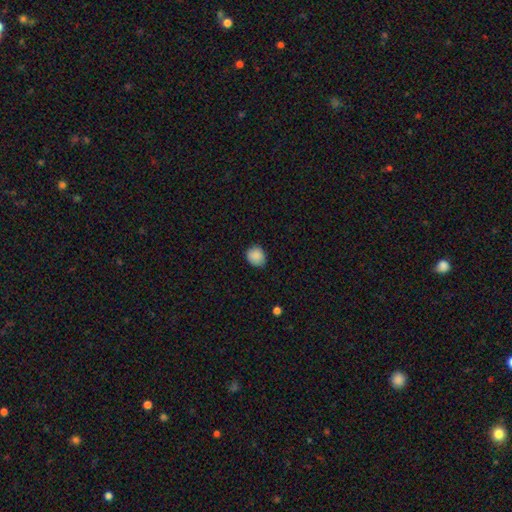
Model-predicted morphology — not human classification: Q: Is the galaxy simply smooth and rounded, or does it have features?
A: smooth — 88%.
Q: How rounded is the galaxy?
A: round — 73%.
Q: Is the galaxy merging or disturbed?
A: none — 83%.